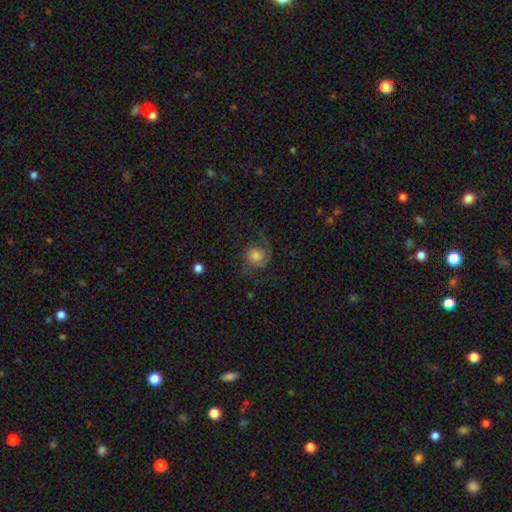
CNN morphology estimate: Overall: featured or disk (64%; smooth 26%). Edge-on disk: no (97%). Bar: no (73%). Spiral arms: yes (93%). Spiral arm count: 2 (85%). Spiral winding: loose (50%; medium 40%). Bulge size: moderate (42%; large 27%). Merging: none (63%).